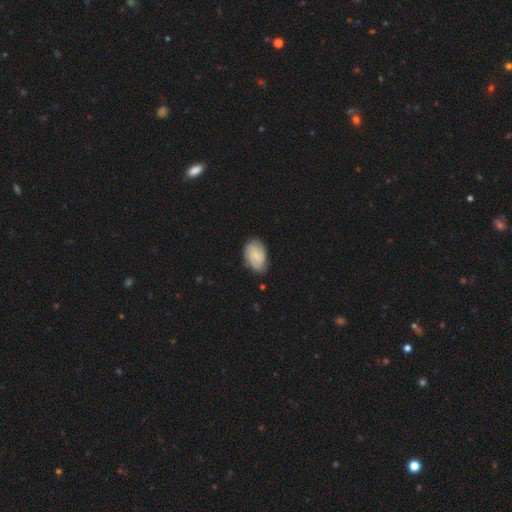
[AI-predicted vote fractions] smooth-or-featured: smooth: 52% | featured or disk: 41% | star or artifact: 7%
  how-rounded: in between: 89% | round: 10% | cigar-shaped: 2%
  merging: none: 70% | minor disturbance: 24% | major disturbance: 5% | merger: 1%